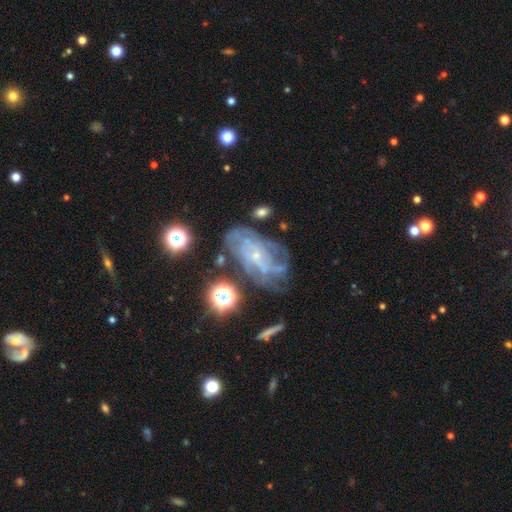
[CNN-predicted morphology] Smooth or featured: featured or disk — 79% (smooth — 11%)
Edge-on disk: no — 96% (yes — 4%)
Bar: no — 66% (weak — 27%)
Spiral arms: yes — 85% (no — 15%)
Spiral winding: tight — 51% (medium — 35%)
Spiral arm count: can't tell — 47% (3 — 13%)
Bulge size: small — 81% (moderate — 12%)
Merging: none — 55% (minor disturbance — 22%)